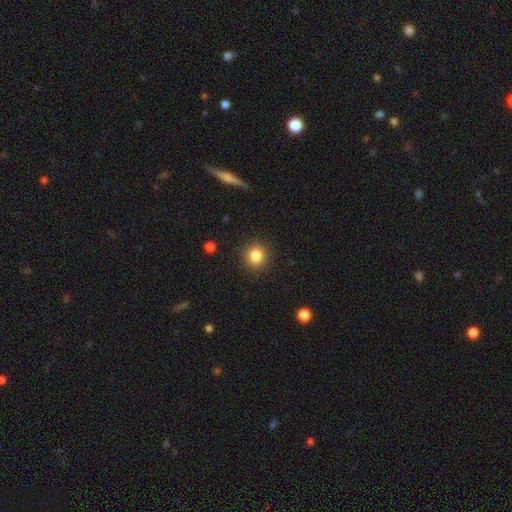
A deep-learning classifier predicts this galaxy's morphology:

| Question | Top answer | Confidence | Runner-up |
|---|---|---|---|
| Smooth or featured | smooth | 84% | star or artifact (11%) |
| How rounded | round | 87% | in between (12%) |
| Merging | none | 89% | minor disturbance (7%) |